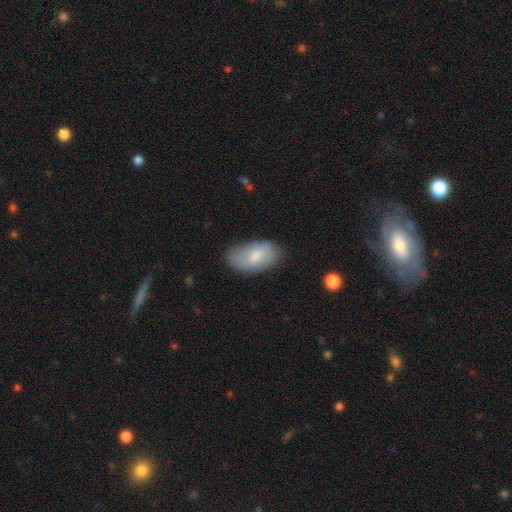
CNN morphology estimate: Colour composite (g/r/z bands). It shows a smooth galaxy with no disk features (74%) that is in between round and cigar-shaped (95%). Merging: none (72%).